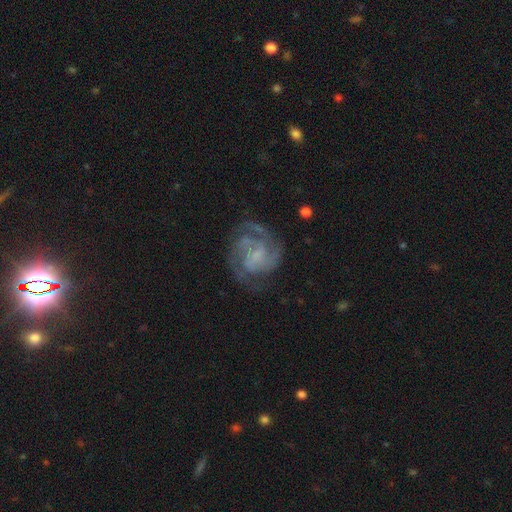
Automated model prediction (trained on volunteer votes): Q: Smooth or featured?
A: featured or disk (86%); runner-up: smooth (9%)
Q: Edge-on disk?
A: no (98%); runner-up: yes (2%)
Q: Bar?
A: no (47%); runner-up: weak (43%)
Q: Spiral arms?
A: yes (96%); runner-up: no (4%)
Q: Spiral winding?
A: tight (47%); runner-up: medium (43%)
Q: Spiral arm count?
A: 3 (37%); runner-up: 2 (27%)
Q: Bulge size?
A: small (45%); runner-up: none (34%)
Q: Merging?
A: none (68%); runner-up: minor disturbance (17%)